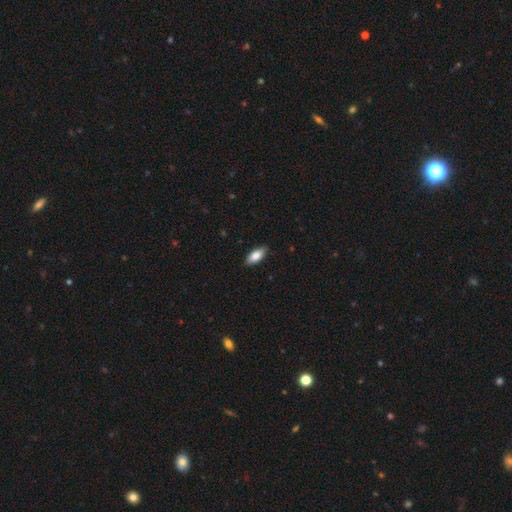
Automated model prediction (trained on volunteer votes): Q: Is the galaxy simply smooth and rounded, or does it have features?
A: smooth — 82%.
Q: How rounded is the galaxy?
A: in between — 85%.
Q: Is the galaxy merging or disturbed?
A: none — 88%.